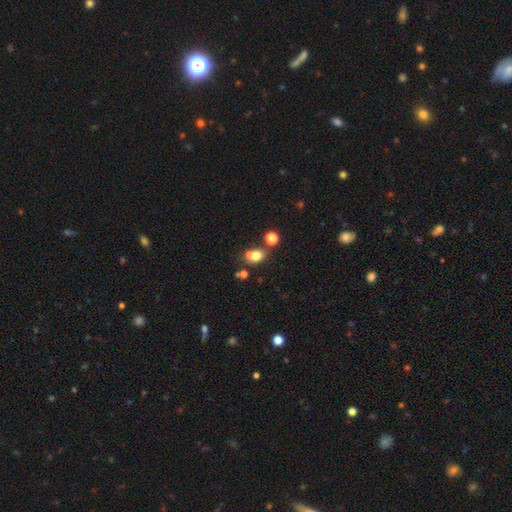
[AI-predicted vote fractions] Smooth or featured: smooth — 73% (star or artifact — 15%)
How rounded: round — 54% (in between — 45%)
Merging: none — 51% (merger — 34%)